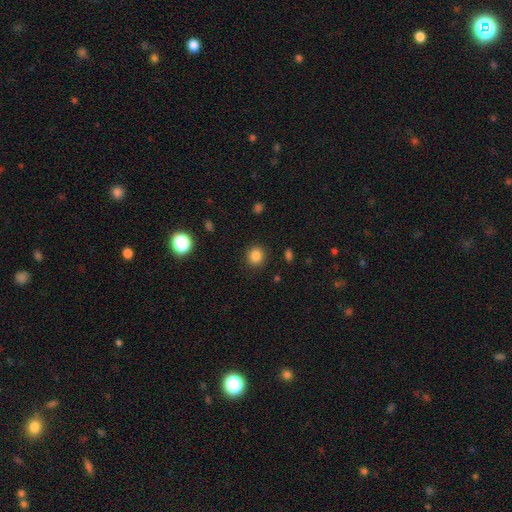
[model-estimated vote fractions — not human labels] smooth 84%, star or artifact 11%, featured or disk 5%. Down the decision tree: how rounded — round (84%); merging — none (90%).